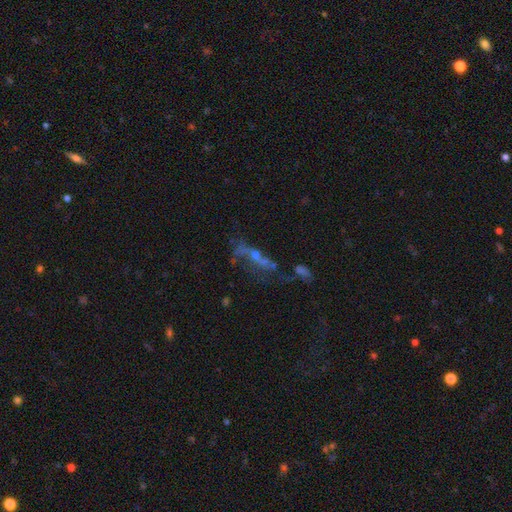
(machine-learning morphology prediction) Smooth or featured: featured or disk — 58% (smooth — 22%)
Edge-on disk: no — 71% (yes — 29%)
Merging: none — 32% (major disturbance — 28%)